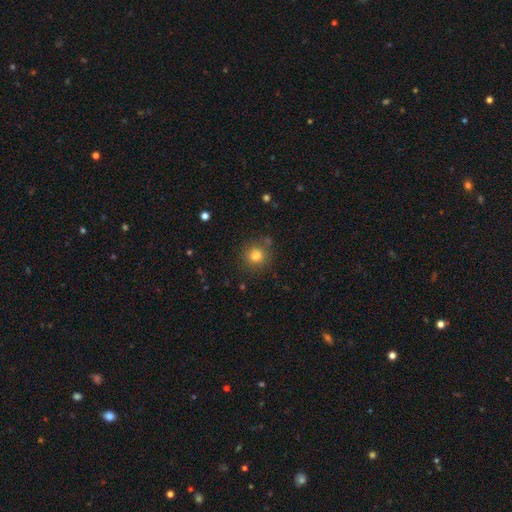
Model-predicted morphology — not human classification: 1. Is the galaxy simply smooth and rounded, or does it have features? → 81% smooth, 13% star or artifact, 7% featured or disk.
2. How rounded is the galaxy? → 91% round, 8% in between, 1% cigar-shaped.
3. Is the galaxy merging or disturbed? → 81% none, 10% minor disturbance, 5% merger, 4% major disturbance.